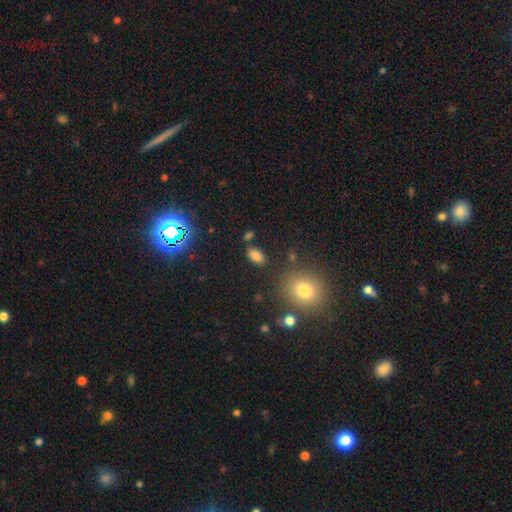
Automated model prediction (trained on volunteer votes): Morphology: type=smooth (81%); roundness=in between (90%); merging=none (81%).